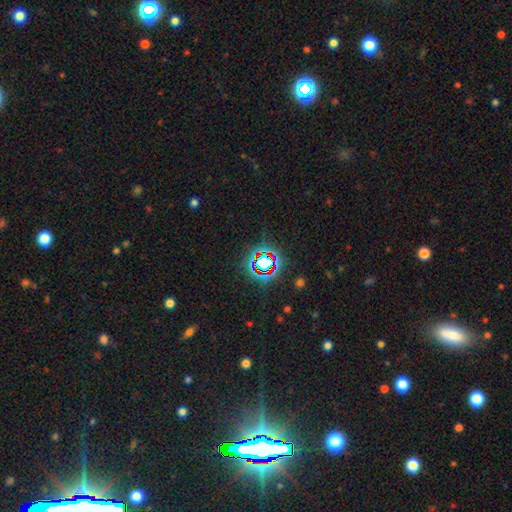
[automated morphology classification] star or artifact 69%, smooth 18%, featured or disk 13%.